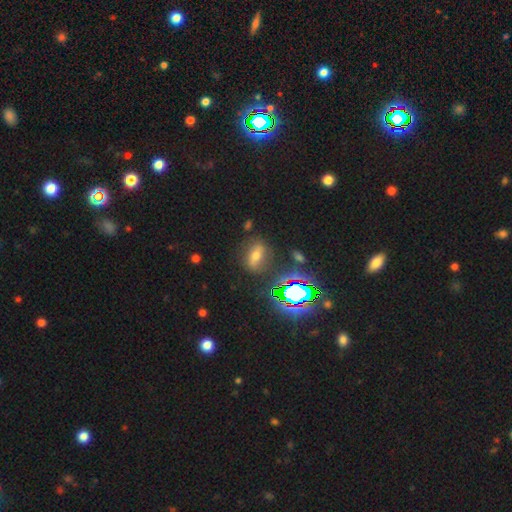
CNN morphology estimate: Smooth or featured: star or artifact — 54% (smooth — 29%)